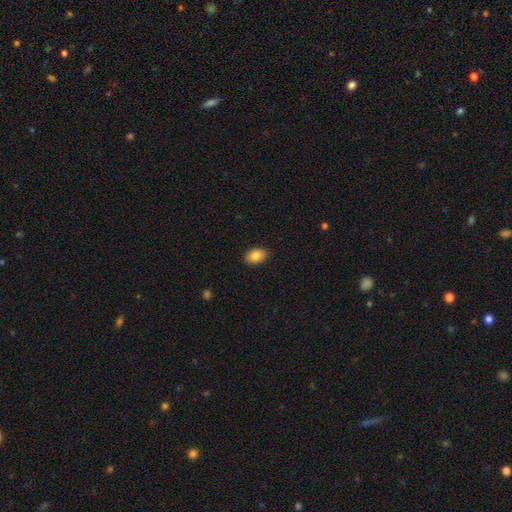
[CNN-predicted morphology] This appears to be a smooth galaxy with no disk features (85%) that is in between round and cigar-shaped (84%). Merging: none (89%).